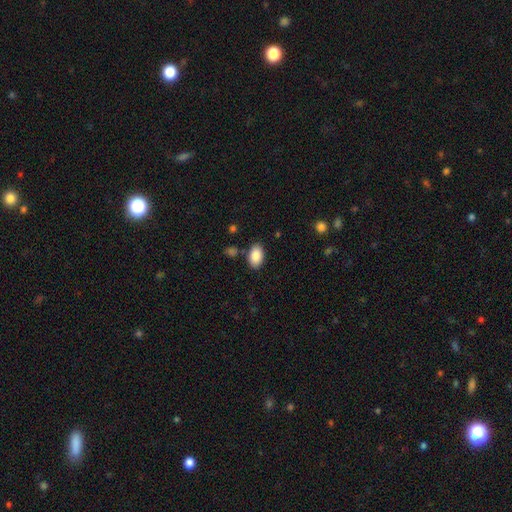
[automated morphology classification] This is clearly a smooth galaxy (88%). How rounded: clearly in between (92%). Merging: clearly none (84%).